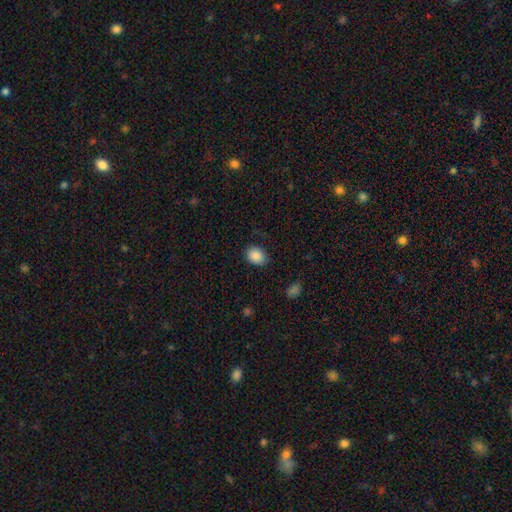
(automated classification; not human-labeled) Smooth or featured?
  - smooth: 88% *
  - star or artifact: 8%
  - featured or disk: 4%
How rounded?
  - in between: 58% *
  - round: 41%
  - cigar-shaped: 1%
Merging?
  - none: 81% *
  - minor disturbance: 14%
  - major disturbance: 4%
  - merger: 1%